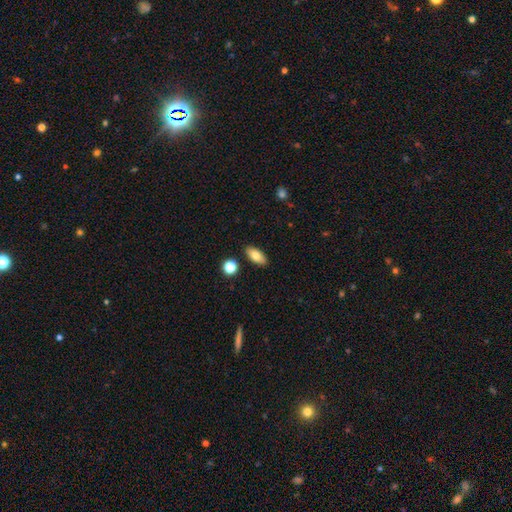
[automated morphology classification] Smooth or featured? Predicted: smooth (p=0.81). How rounded? Predicted: in between (p=0.87). Merging? Predicted: none (p=0.87).